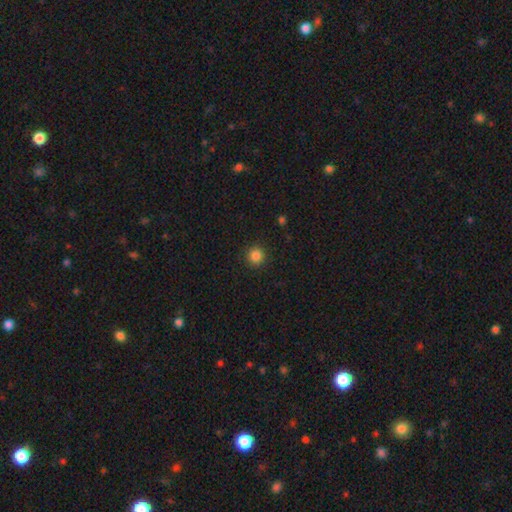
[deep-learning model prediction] smooth_or_featured: smooth (p=0.84) [alt: star or artifact p=0.12]
how_rounded: round (p=0.95) [alt: in between p=0.04]
merging: none (p=0.91) [alt: minor disturbance p=0.05]